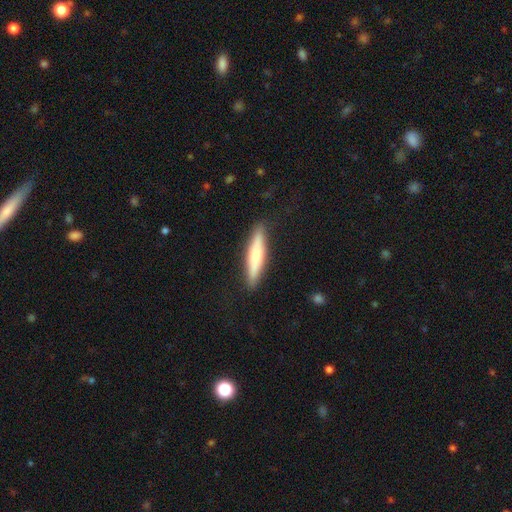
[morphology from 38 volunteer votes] This appears to be a smooth galaxy with no disk features (76%) that is cigar-shaped (90%). Merging: none (92%).